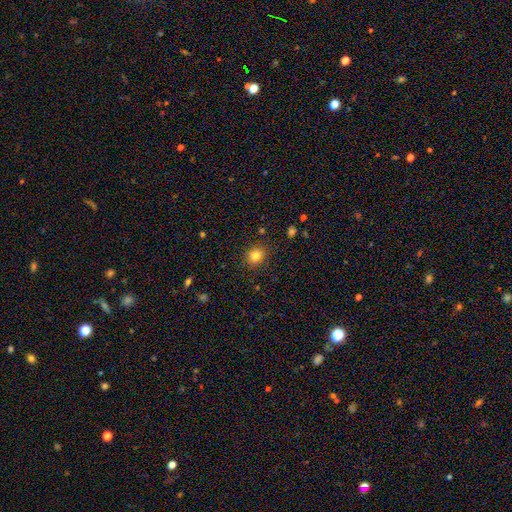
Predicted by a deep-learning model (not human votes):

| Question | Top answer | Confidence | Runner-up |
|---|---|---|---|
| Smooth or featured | smooth | 81% | star or artifact (12%) |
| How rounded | round | 68% | in between (32%) |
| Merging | none | 86% | minor disturbance (9%) |